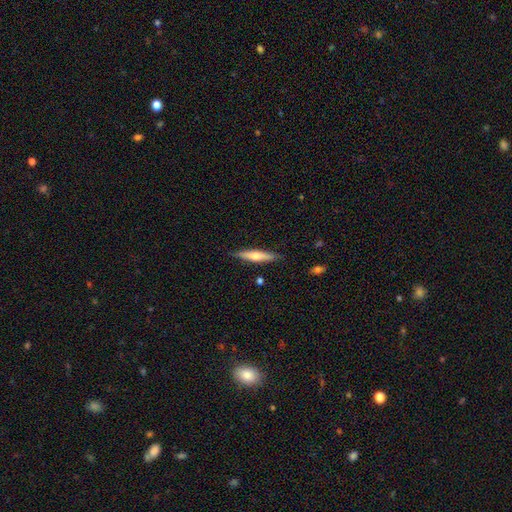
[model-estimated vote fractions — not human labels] This is possibly a smooth galaxy (48%). Merging: clearly none (87%).